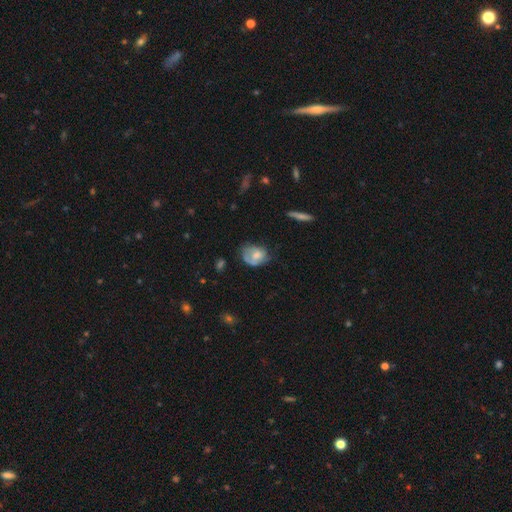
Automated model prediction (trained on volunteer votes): Q: Smooth or featured?
A: smooth (52%); runner-up: featured or disk (41%)
Q: How rounded?
A: in between (67%); runner-up: round (32%)
Q: Merging?
A: none (41%); runner-up: minor disturbance (35%)